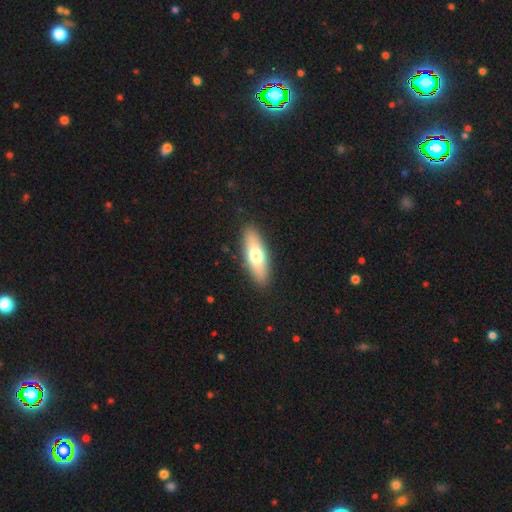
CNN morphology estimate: A smooth galaxy with no disk features (66%) that is in between round and cigar-shaped (57%). Merging: none (89%).